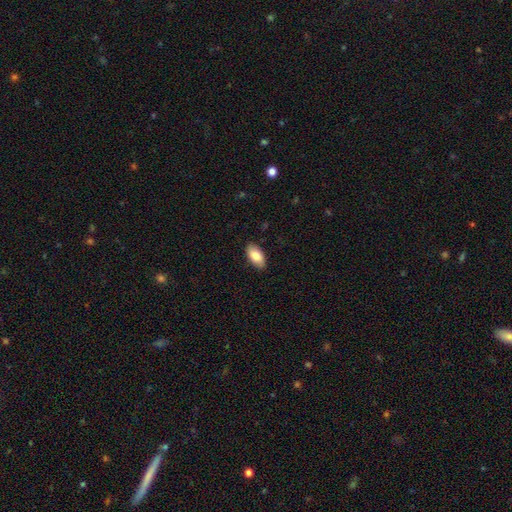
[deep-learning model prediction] Morphology: type=smooth (84%); roundness=in between (94%); merging=none (88%).